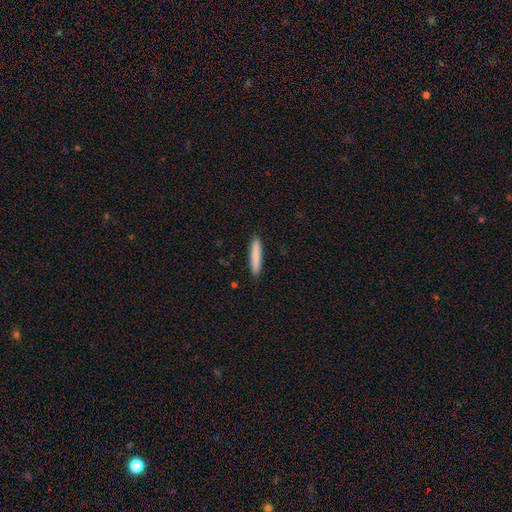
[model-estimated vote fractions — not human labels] Overall: smooth (84%). How rounded: cigar-shaped (92%). Merging: none (91%).